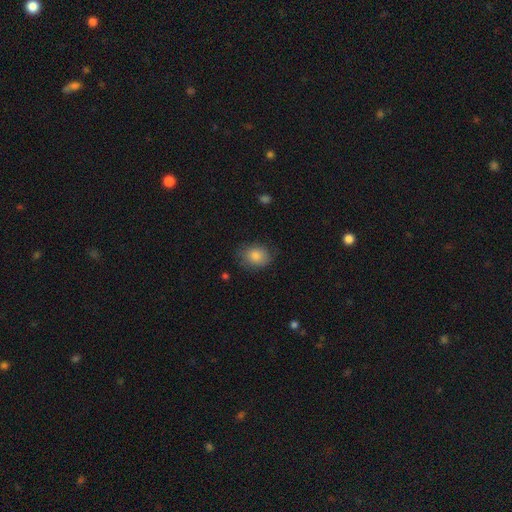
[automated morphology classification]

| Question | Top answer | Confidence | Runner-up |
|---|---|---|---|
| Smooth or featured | smooth | 82% | featured or disk (9%) |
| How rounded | round | 51% | in between (48%) |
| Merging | none | 78% | minor disturbance (17%) |